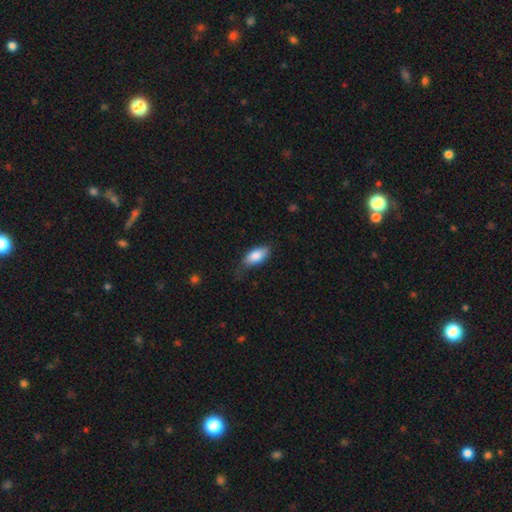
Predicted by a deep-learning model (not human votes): Morphology: type=smooth (85%); roundness=in between (88%); merging=none (61%).